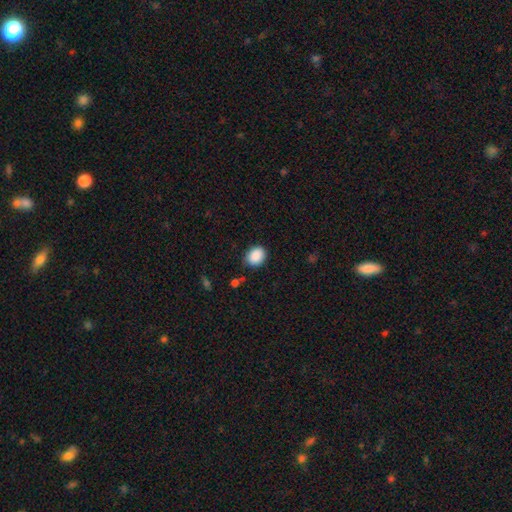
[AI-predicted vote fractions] The model was most divided on "how rounded": in between: 57%, round: 42%, cigar-shaped: 1%. More confident: smooth or featured — smooth (90%); merging — none (84%).